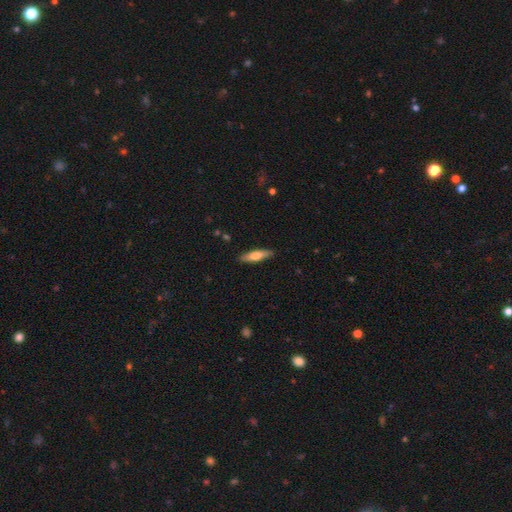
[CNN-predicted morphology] smooth 65%, featured or disk 29%, star or artifact 6%. Down the decision tree: how rounded — cigar-shaped (68%); merging — none (88%).